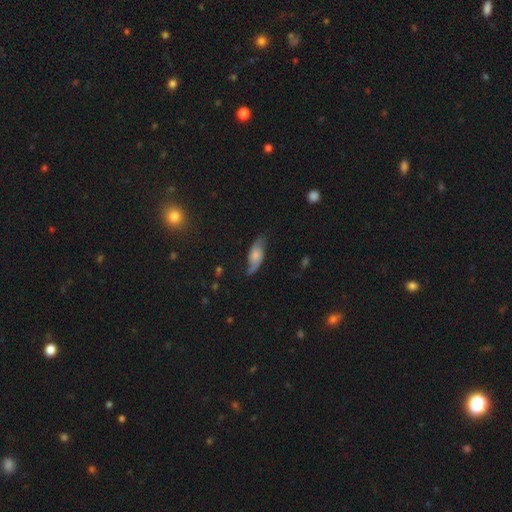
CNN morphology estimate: This is possibly a featured or disk galaxy (56%). It is clearly not viewed edge-on (88%). Merging: likely none (66%).